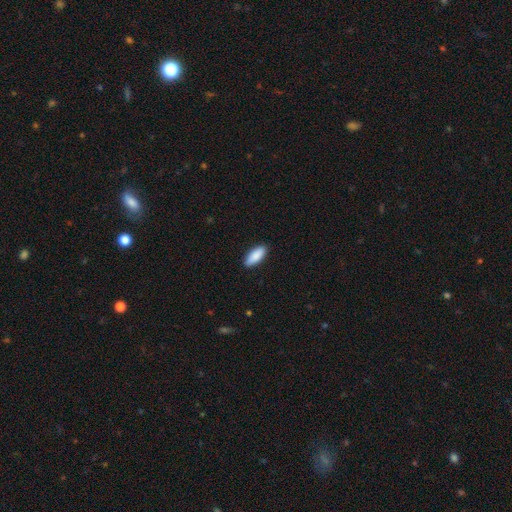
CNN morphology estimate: The model was most divided on "how rounded": in between: 78%, cigar-shaped: 20%, round: 2%. More confident: smooth or featured — smooth (89%); merging — none (89%).